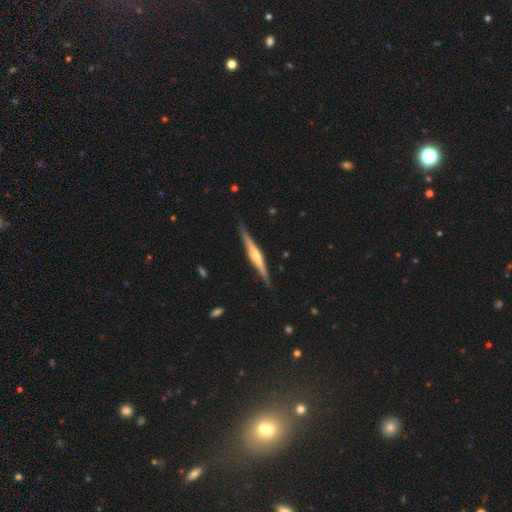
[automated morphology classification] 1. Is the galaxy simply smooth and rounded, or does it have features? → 75% featured or disk, 20% smooth, 5% star or artifact.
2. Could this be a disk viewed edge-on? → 98% yes, 2% no.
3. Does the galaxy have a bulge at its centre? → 85% rounded, 8% none, 8% boxy.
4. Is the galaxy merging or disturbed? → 89% none, 9% minor disturbance, 2% major disturbance, 1% merger.